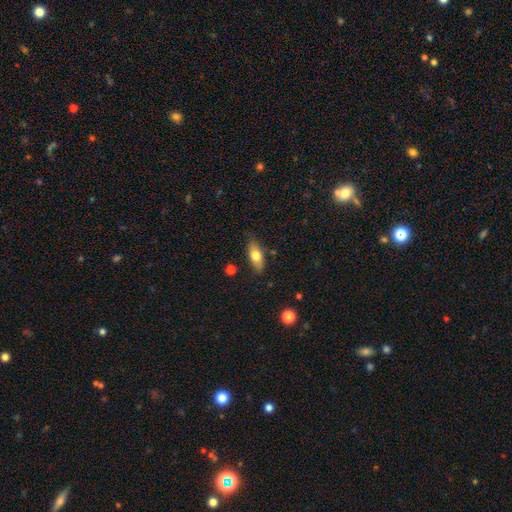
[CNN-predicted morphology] This is likely a smooth galaxy (71%). How rounded: likely in between (80%). Merging: likely none (79%).